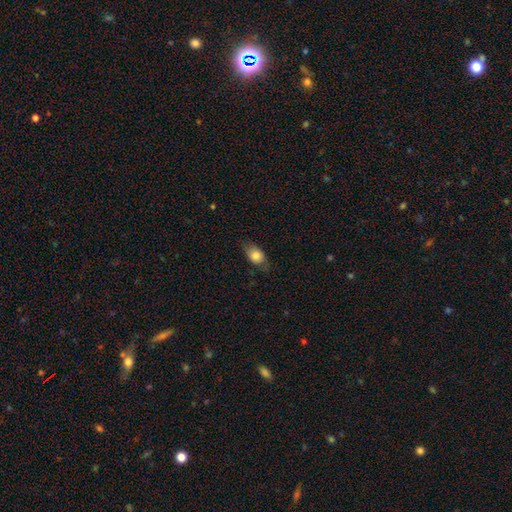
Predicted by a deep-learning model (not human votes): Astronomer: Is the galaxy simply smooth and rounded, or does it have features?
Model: smooth — 79%.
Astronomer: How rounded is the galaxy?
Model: in between — 79%.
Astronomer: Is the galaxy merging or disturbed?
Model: none — 71%.